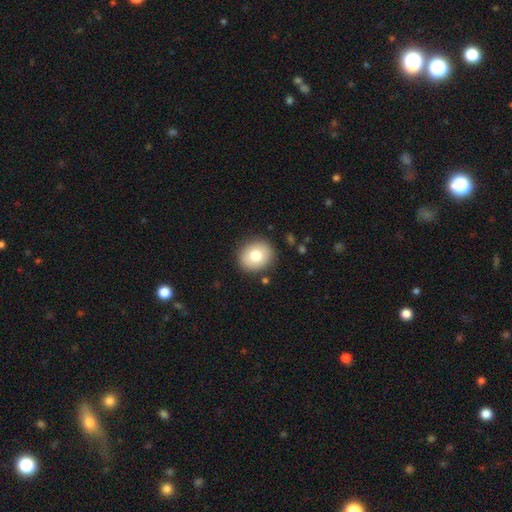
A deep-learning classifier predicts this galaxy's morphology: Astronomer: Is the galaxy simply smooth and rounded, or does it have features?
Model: smooth — 77%.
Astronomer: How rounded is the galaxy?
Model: round — 71%.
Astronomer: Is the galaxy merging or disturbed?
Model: none — 88%.